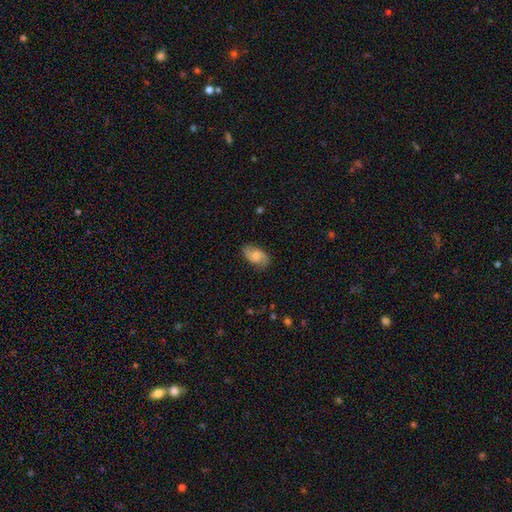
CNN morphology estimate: A featured or disk galaxy (60%) with no bar (60%), 2 (90%) medium (44%) spiral arms (93%) and a moderate central bulge (42%).

Vote fractions:
- Smooth or featured? featured or disk: 60% / smooth: 32% / star or artifact: 7%
- Edge-on disk? no: 96% / yes: 4%
- Bar? no: 60% / weak: 35% / strong: 6%
- Spiral arms? yes: 93% / no: 7%
- Spiral winding? medium: 44% / loose: 37% / tight: 19%
- Spiral arm count? 2: 90% / can't tell: 5% / 1: 2% / 3: 1% / 4: 1% / more than 4: 1%
- Bulge size? moderate: 42% / small: 28% / none: 15% / large: 13% / dominant: 2%
- Merging? none: 82% / minor disturbance: 13% / major disturbance: 4% / merger: 1%